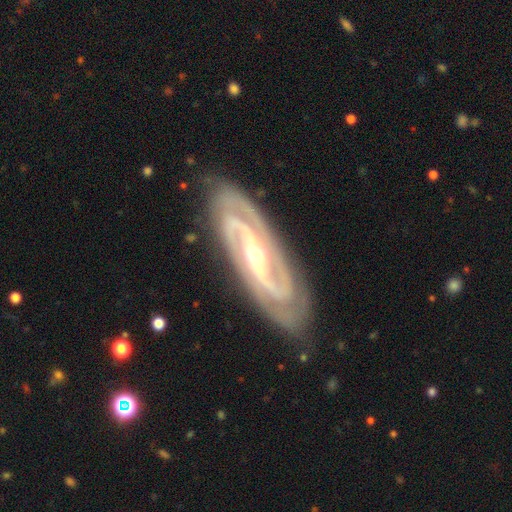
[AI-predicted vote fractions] A featured or disk galaxy (93%) with a strong bar (35%, tied with no), 2 (70%) tight (61%) spiral arms (98%) and a moderate central bulge (53%).

Vote fractions:
- Smooth or featured? featured or disk: 93% / star or artifact: 4% / smooth: 3%
- Edge-on disk? no: 93% / yes: 7%
- Bar? strong: 35% (tied) / no: 35% (tied) / weak: 30%
- Spiral arms? yes: 98% / no: 2%
- Spiral winding? tight: 61% / medium: 33% / loose: 6%
- Spiral arm count? 2: 70% / 3: 14% / can't tell: 6% / 4: 4% / more than 4: 3% / 1: 3%
- Bulge size? moderate: 53% / small: 43% / large: 2% / dominant: 1% / none: 1%
- Merging? none: 84% / minor disturbance: 12% / major disturbance: 3% / merger: 1%